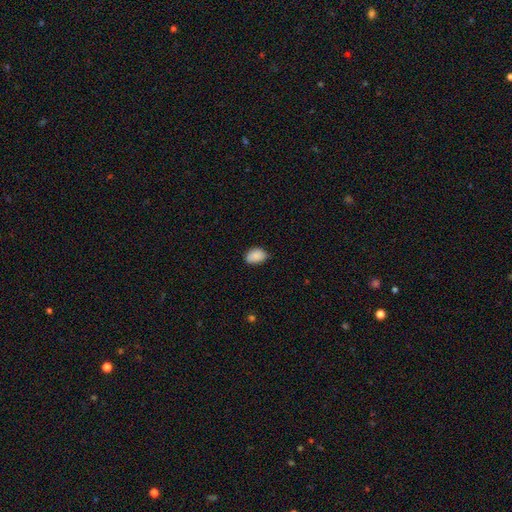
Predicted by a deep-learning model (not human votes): Smooth or featured?
  - smooth: 89% *
  - star or artifact: 7%
  - featured or disk: 3%
How rounded?
  - in between: 87% *
  - round: 12%
  - cigar-shaped: 1%
Merging?
  - none: 78% *
  - minor disturbance: 19%
  - major disturbance: 3%
  - merger: 1%